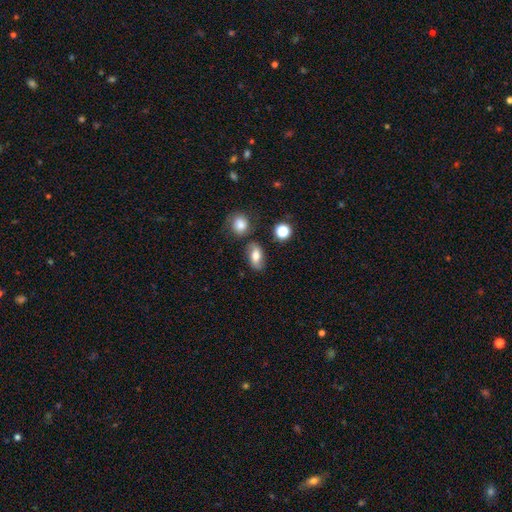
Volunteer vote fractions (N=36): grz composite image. It shows a smooth galaxy with no disk features (67%) that is in between round and cigar-shaped (83%). Merging: none (61%).